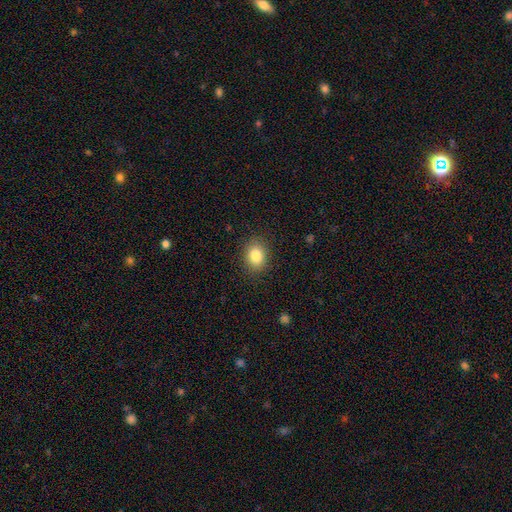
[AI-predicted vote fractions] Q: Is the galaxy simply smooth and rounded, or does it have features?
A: smooth — 84%.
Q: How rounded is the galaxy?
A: in between — 56%.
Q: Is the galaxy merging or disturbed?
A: none — 87%.